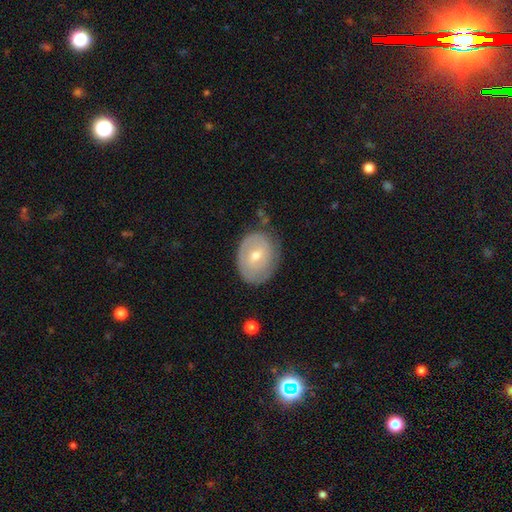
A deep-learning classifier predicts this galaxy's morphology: Smooth or featured? Predicted: featured or disk (p=0.61). Edge-on disk? Predicted: no (p=0.95). Bar? Predicted: no (p=0.47). Spiral arms? Predicted: yes (p=0.67). Bulge size? Predicted: moderate (p=0.54). Merging? Predicted: none (p=0.73).